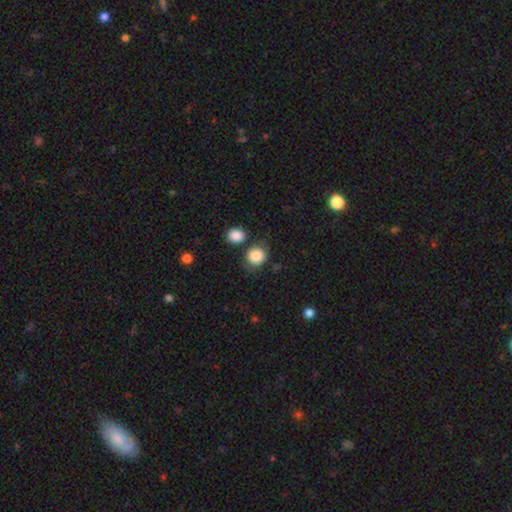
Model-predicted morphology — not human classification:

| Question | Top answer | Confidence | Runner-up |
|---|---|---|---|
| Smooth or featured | smooth | 86% | star or artifact (9%) |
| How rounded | round | 78% | in between (21%) |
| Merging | none | 71% | minor disturbance (14%) |